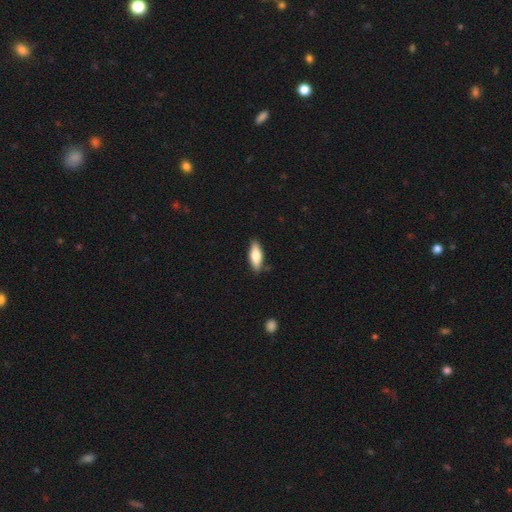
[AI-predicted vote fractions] The model was most divided on "how rounded": in between: 65%, cigar-shaped: 33%, round: 2%. More confident: merging — none (83%); smooth or featured — smooth (71%).